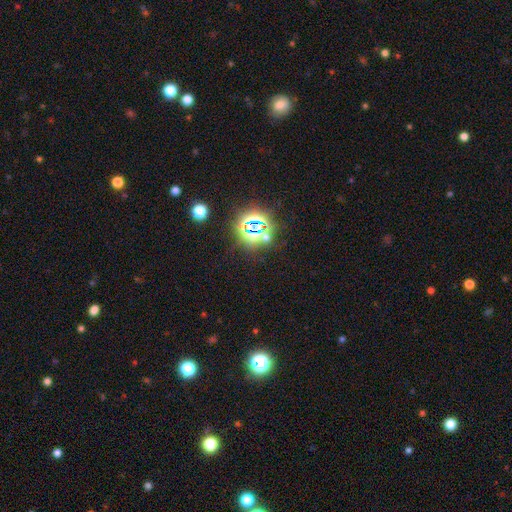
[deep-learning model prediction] Overall: star or artifact (77%).